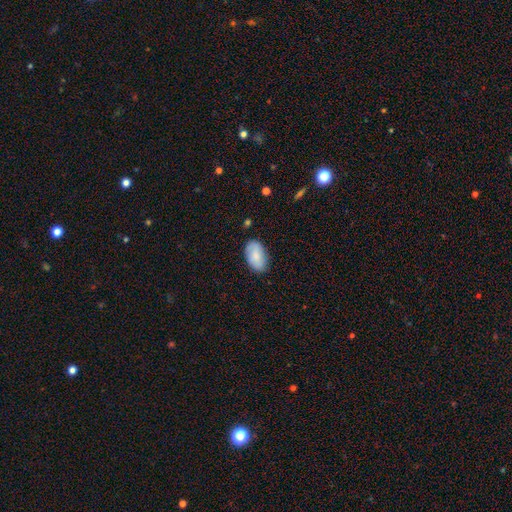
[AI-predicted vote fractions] Smooth or featured? smooth (82%)
How rounded? in between (94%)
Merging? none (81%)